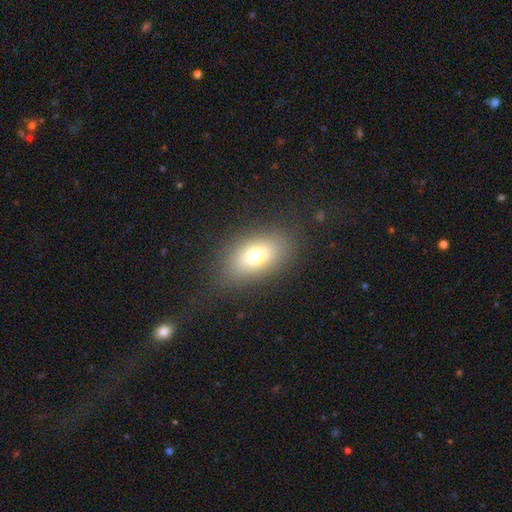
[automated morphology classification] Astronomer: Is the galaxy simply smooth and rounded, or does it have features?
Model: smooth — 71%.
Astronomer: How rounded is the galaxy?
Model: in between — 83%.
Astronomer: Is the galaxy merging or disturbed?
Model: none — 82%.